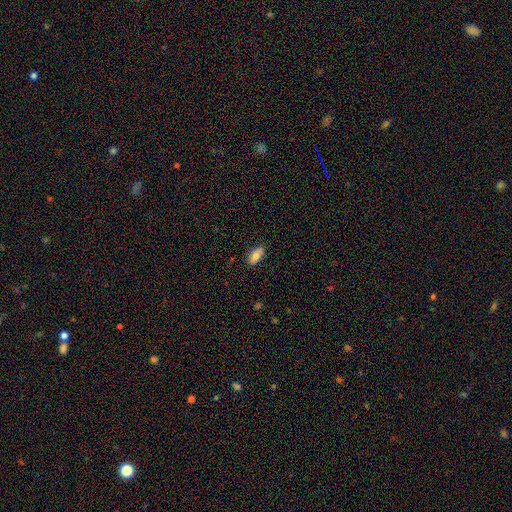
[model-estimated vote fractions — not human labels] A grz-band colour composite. It shows a smooth galaxy with no disk features (77%) that is in between round and cigar-shaped (92%). Merging: none (86%).